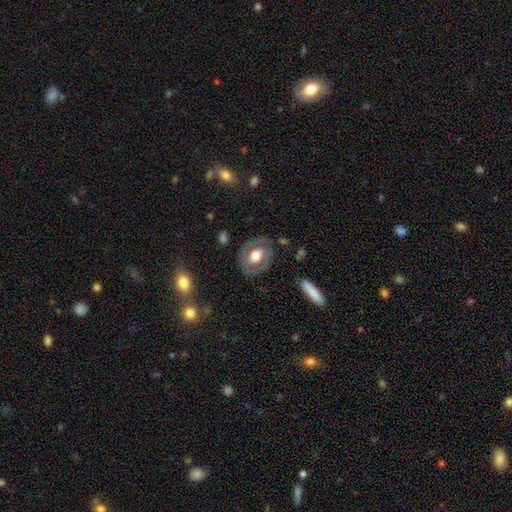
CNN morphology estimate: Smooth or featured? Predicted: featured or disk (p=0.51). Edge-on disk? Predicted: no (p=0.93). Merging? Predicted: none (p=0.78).